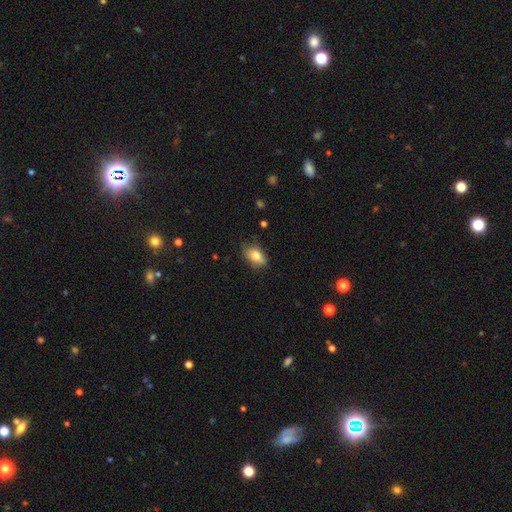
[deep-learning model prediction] Smooth or featured? smooth (75%)
How rounded? in between (84%)
Merging? none (66%)